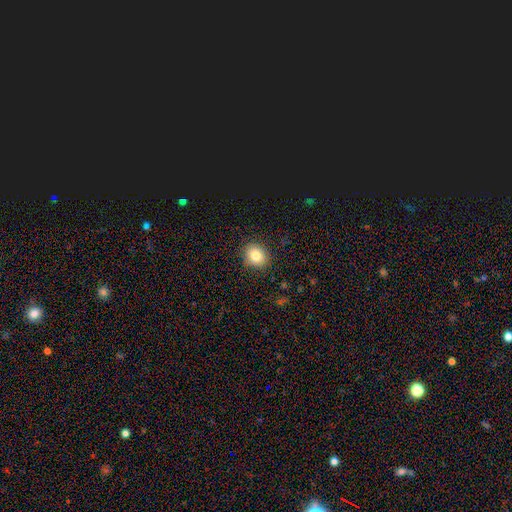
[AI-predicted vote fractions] Smooth or featured? smooth (81%)
How rounded? round (72%)
Merging? none (89%)